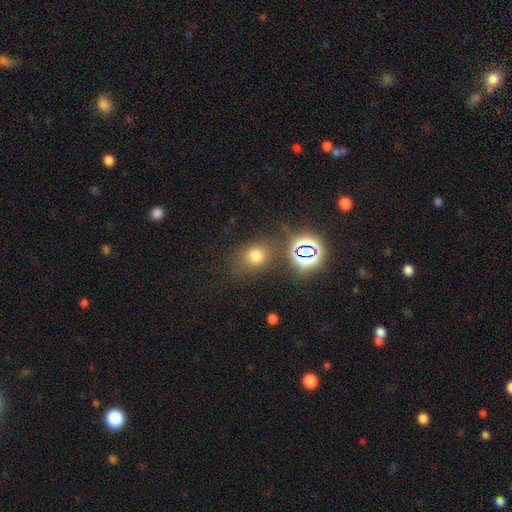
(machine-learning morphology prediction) smooth-or-featured: smooth: 68% | star or artifact: 23% | featured or disk: 8%
  how-rounded: round: 58% | in between: 41% | cigar-shaped: 1%
  merging: none: 70% | minor disturbance: 15% | major disturbance: 8% | merger: 7%